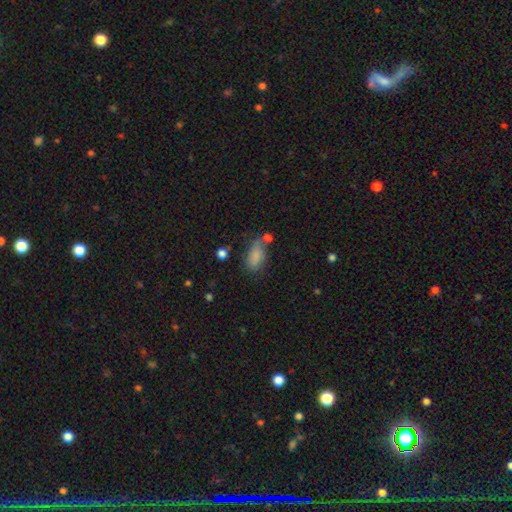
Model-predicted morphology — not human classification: Q: Smooth or featured?
A: smooth (78%); runner-up: featured or disk (12%)
Q: How rounded?
A: in between (88%); runner-up: cigar-shaped (7%)
Q: Merging?
A: none (42%); runner-up: minor disturbance (25%)